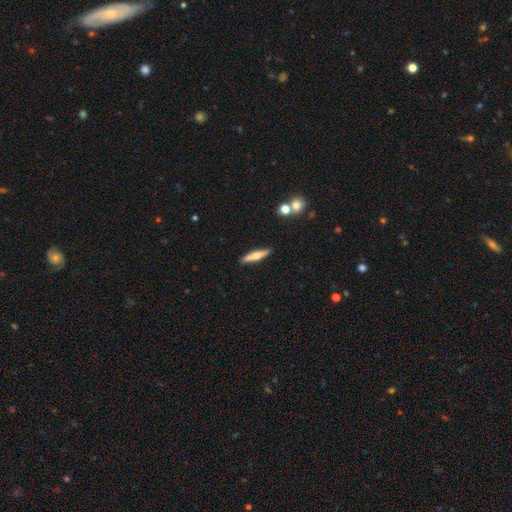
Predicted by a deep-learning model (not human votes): Overall: smooth (51%; featured or disk 43%). How rounded: cigar-shaped (86%). Merging: none (88%).